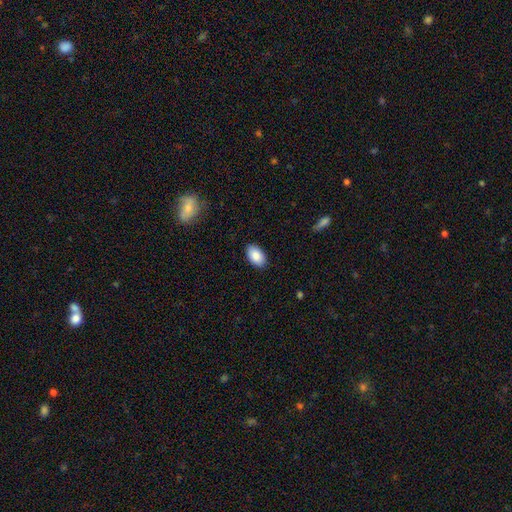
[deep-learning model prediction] Morphology: type=smooth (88%); roundness=in between (94%); merging=none (89%).